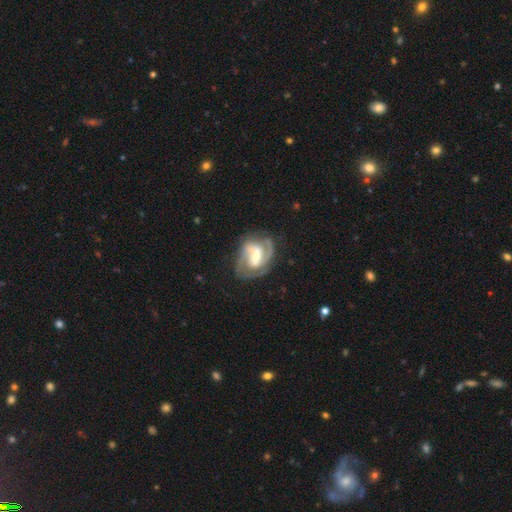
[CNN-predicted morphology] smooth-or-featured: featured or disk: 87% | smooth: 9% | star or artifact: 5%
  disk-edge-on: no: 98% | yes: 2%
    bar: weak: 46% | strong: 33% | no: 20%
    has-spiral-arms: yes: 96% | no: 4%
      spiral-winding: medium: 48% | tight: 40% | loose: 12%
      spiral-arm-count: 2: 72% | 3: 13% | can't tell: 8% | 1: 4% | 4: 2% | more than 4: 2%
    bulge-size: moderate: 46% | small: 37% | large: 10% | none: 5% | dominant: 1%
  merging: none: 68% | minor disturbance: 19% | major disturbance: 11% | merger: 3%